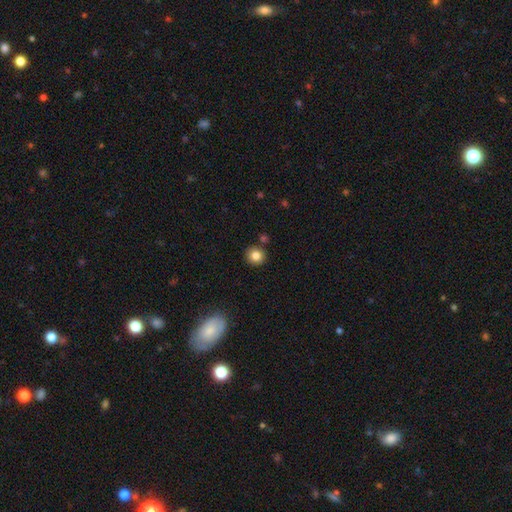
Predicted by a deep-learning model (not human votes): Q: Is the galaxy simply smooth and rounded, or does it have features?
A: smooth — 82%.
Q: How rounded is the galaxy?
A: round — 92%.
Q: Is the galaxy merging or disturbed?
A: none — 87%.